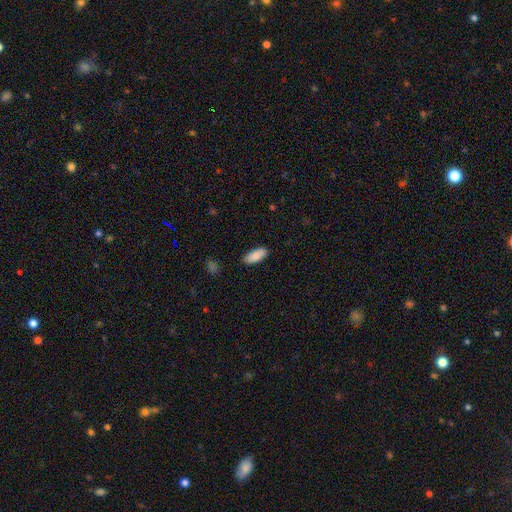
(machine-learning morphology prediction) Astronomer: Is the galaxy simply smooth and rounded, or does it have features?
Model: smooth — 88%.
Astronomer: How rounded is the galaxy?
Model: in between — 84%.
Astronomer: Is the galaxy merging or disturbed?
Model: none — 86%.